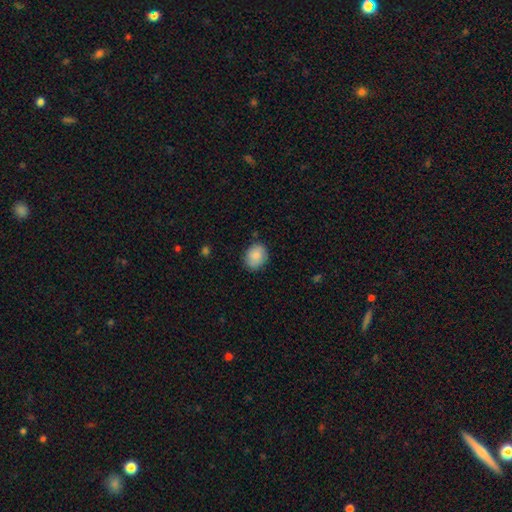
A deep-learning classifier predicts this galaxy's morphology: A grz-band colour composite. It shows a smooth galaxy with no disk features (86%) that is in between round and cigar-shaped (50%). Merging: none (82%).